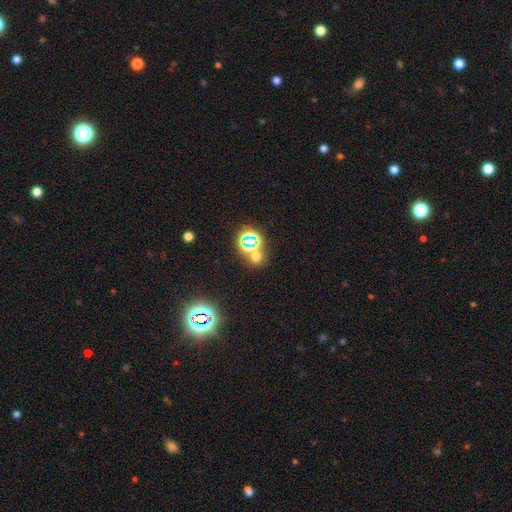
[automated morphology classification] This is possibly a smooth galaxy (48%). Merging: likely none (63%).